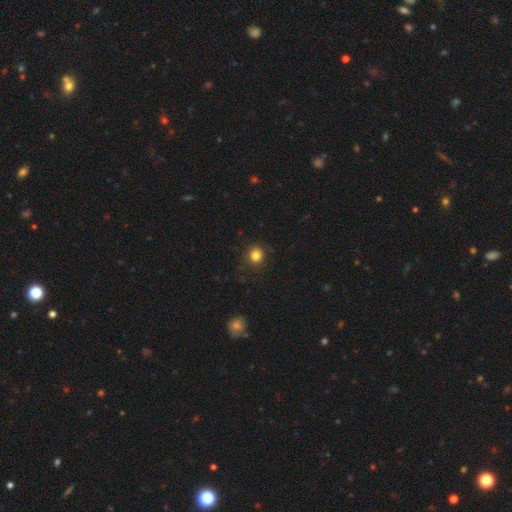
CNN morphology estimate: Q: Smooth or featured?
A: smooth (83%); runner-up: star or artifact (12%)
Q: How rounded?
A: round (86%); runner-up: in between (13%)
Q: Merging?
A: none (87%); runner-up: minor disturbance (9%)